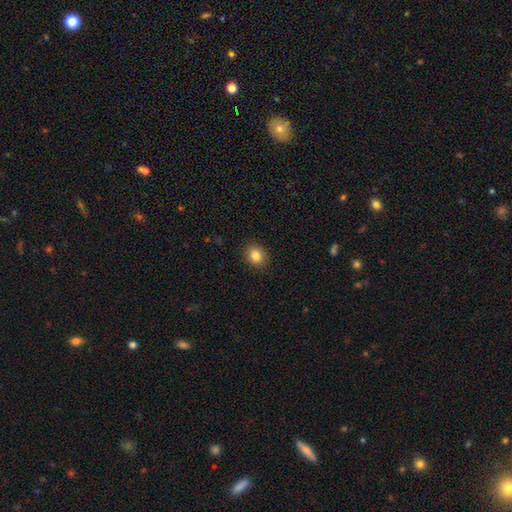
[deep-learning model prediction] smooth 84%, star or artifact 10%, featured or disk 6%. Down the decision tree: how rounded — round (70%); merging — none (90%).